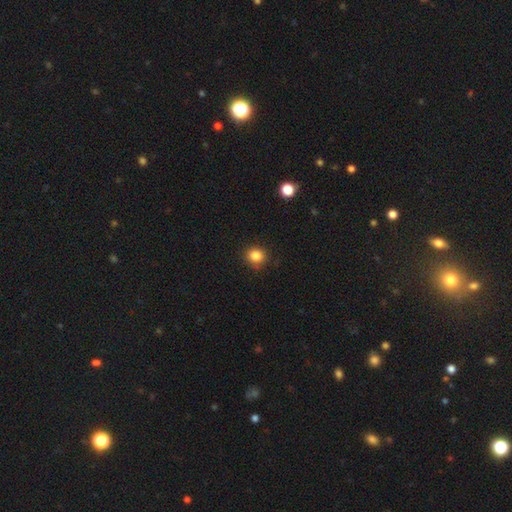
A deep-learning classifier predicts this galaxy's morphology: smooth_or_featured: smooth (p=0.85) [alt: star or artifact p=0.11]
how_rounded: round (p=0.84) [alt: in between p=0.15]
merging: none (p=0.87) [alt: minor disturbance p=0.10]